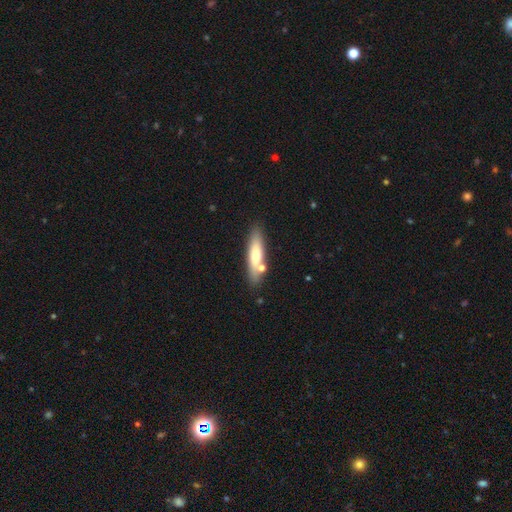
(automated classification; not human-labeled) A smooth galaxy with no disk features (67%) that is cigar-shaped (74%). Merging: none (75%).